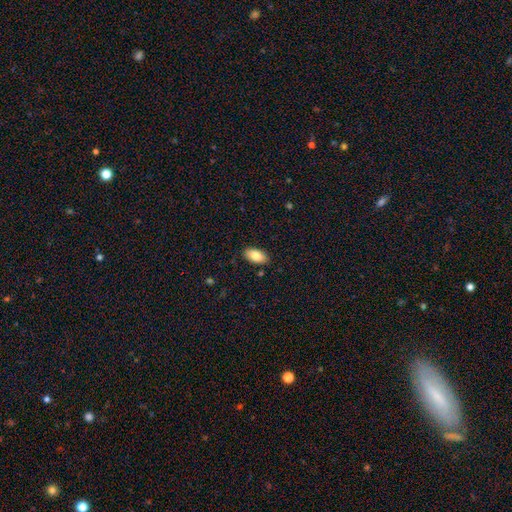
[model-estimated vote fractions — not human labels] A smooth galaxy with no disk features (82%) that is in between round and cigar-shaped (94%).

Vote fractions:
- Smooth or featured? smooth: 82% / featured or disk: 11% / star or artifact: 7%
- How rounded? in between: 94% / cigar-shaped: 3% / round: 3%
- Merging? none: 88% / minor disturbance: 9% / major disturbance: 2% / merger: 1%